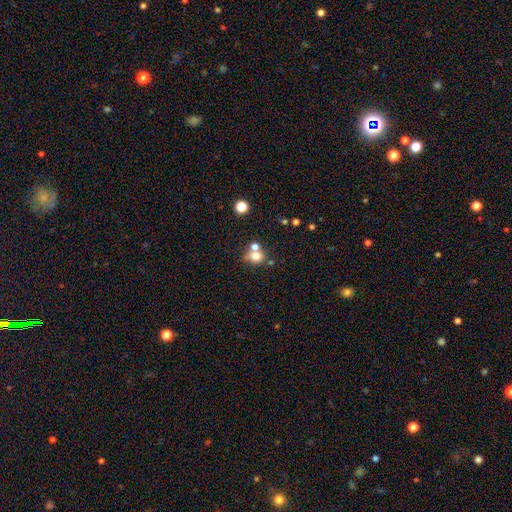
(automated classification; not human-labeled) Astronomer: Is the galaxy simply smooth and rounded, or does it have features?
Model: smooth — 72%.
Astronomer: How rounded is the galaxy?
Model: round — 64%.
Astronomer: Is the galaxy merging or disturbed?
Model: none — 44% (runner-up: merger, 40%).